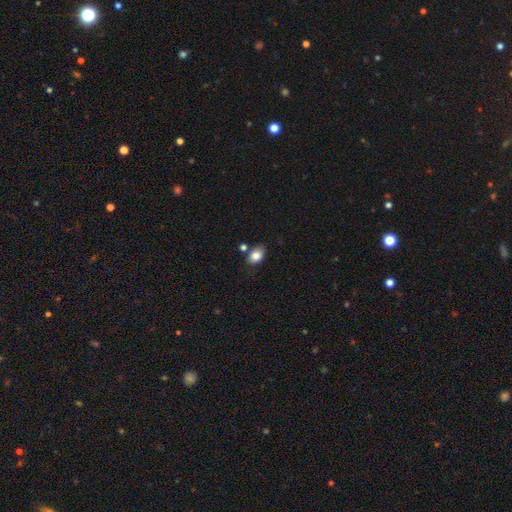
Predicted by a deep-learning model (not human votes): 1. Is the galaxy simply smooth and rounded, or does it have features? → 84% smooth, 9% star or artifact, 7% featured or disk.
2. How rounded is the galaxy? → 79% in between, 20% round, 1% cigar-shaped.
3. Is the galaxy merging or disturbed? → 70% none, 16% minor disturbance, 11% merger, 4% major disturbance.